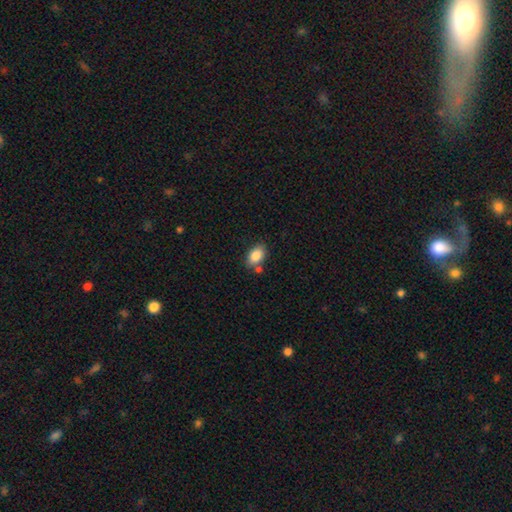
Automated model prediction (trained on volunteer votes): This appears to be a smooth galaxy with no disk features (85%) that is in between round and cigar-shaped (86%). Merging: none (70%).